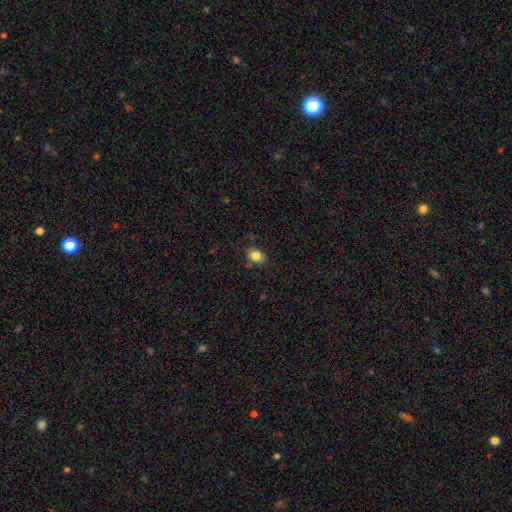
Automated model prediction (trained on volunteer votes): Smooth or featured: smooth — 84% (star or artifact — 9%)
How rounded: in between — 73% (round — 26%)
Merging: none — 78% (minor disturbance — 15%)